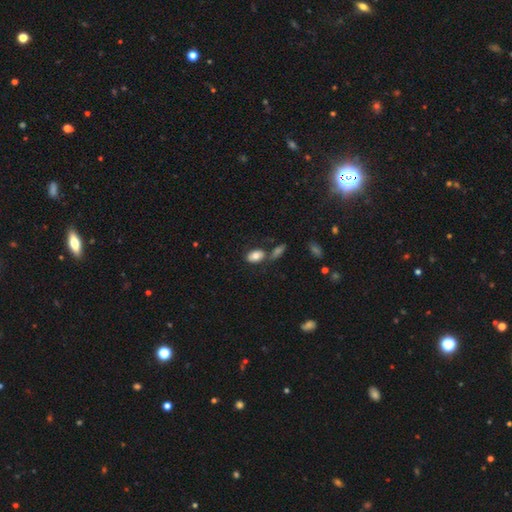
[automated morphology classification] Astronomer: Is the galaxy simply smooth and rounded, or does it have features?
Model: smooth — 79%.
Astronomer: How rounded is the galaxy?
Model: in between — 88%.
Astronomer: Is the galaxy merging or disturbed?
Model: none — 60%.